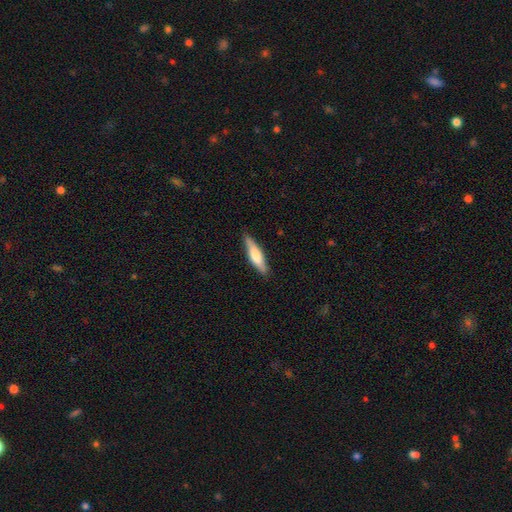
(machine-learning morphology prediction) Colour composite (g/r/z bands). It shows a smooth galaxy with no disk features (64%) that is cigar-shaped (75%). Merging: none (85%).